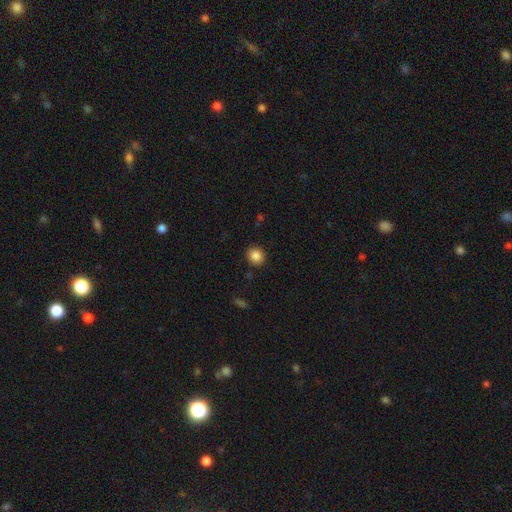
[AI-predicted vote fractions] The model was most divided on "how rounded": round: 84%, in between: 16%, cigar-shaped: 1%. More confident: merging — none (90%); smooth or featured — smooth (86%).